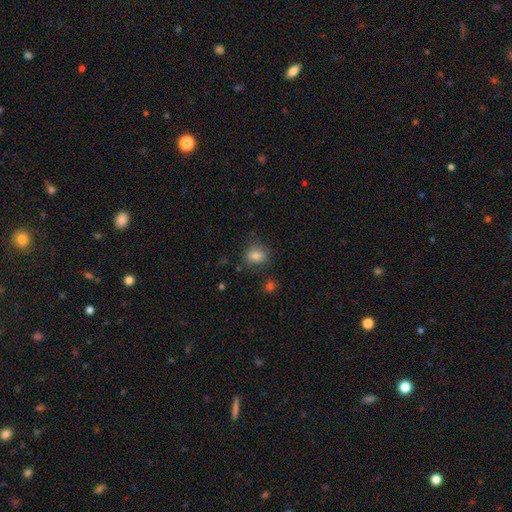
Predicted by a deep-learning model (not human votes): Overall: smooth (77%). How rounded: round (54%; in between 45%). Merging: none (74%).